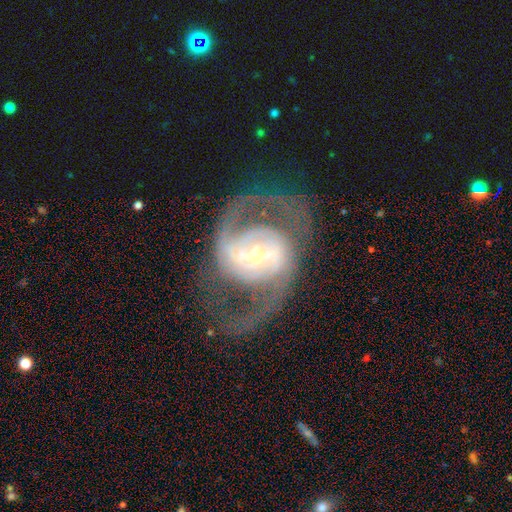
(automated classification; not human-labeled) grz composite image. It shows a featured or disk galaxy (89%) with a weak bar (38%), 2 (90%) medium (56%) spiral arms (95%) and a moderate central bulge (47%). Merging: none (71%).